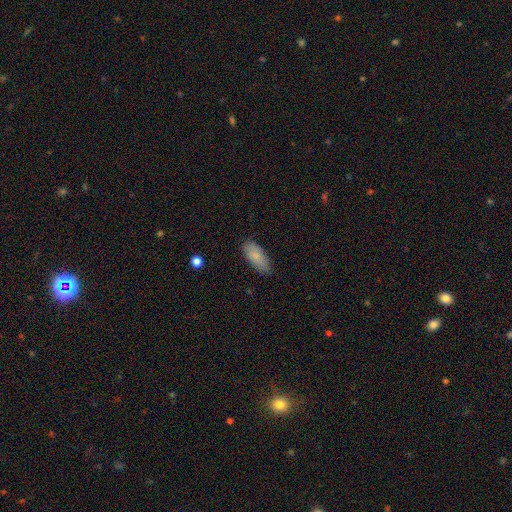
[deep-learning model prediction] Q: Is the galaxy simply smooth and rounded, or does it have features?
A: smooth — 85%.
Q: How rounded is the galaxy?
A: in between — 86%.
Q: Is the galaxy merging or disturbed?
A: none — 82%.